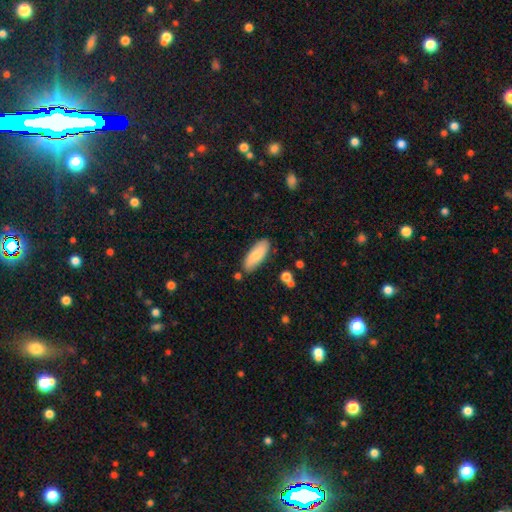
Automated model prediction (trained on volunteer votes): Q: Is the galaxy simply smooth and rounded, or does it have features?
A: smooth — 77%.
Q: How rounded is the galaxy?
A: in between — 72%.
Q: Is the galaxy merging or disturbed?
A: none — 84%.